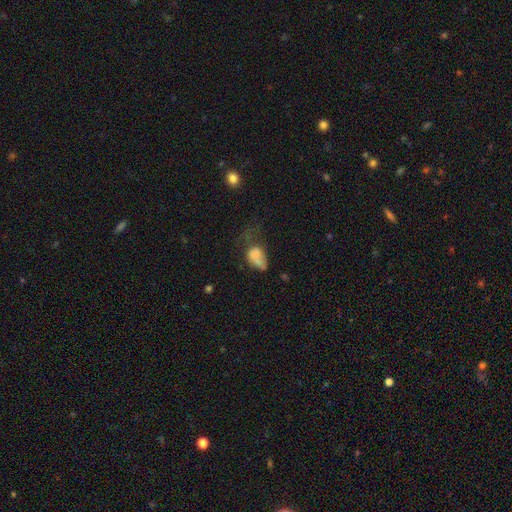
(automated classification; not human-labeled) smooth-or-featured: smooth: 68% | featured or disk: 21% | star or artifact: 12%
  how-rounded: in between: 84% | round: 13% | cigar-shaped: 3%
  merging: major disturbance: 46% | minor disturbance: 24% | none: 18% | merger: 12%